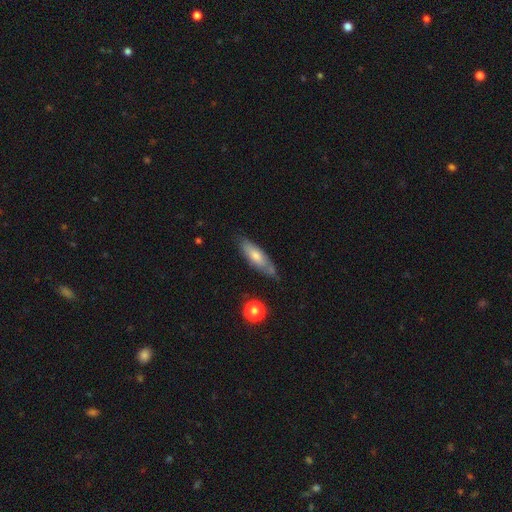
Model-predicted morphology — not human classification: This appears to be a smooth galaxy with no disk features (64%) that is cigar-shaped (51%). Merging: none (66%).